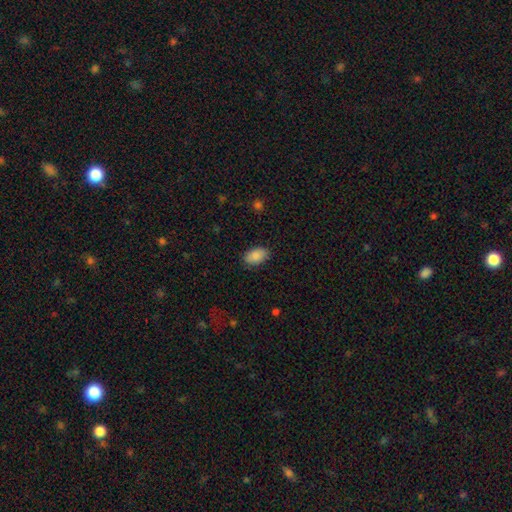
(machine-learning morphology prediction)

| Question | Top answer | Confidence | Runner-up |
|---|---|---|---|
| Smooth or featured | smooth | 88% | star or artifact (7%) |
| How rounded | in between | 92% | round (6%) |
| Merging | none | 86% | minor disturbance (10%) |